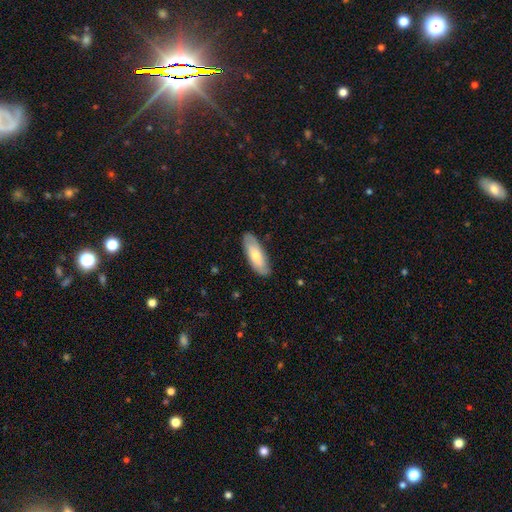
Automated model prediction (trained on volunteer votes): Smooth or featured: smooth — 66% (featured or disk — 28%)
How rounded: in between — 71% (cigar-shaped — 27%)
Merging: none — 85% (minor disturbance — 11%)